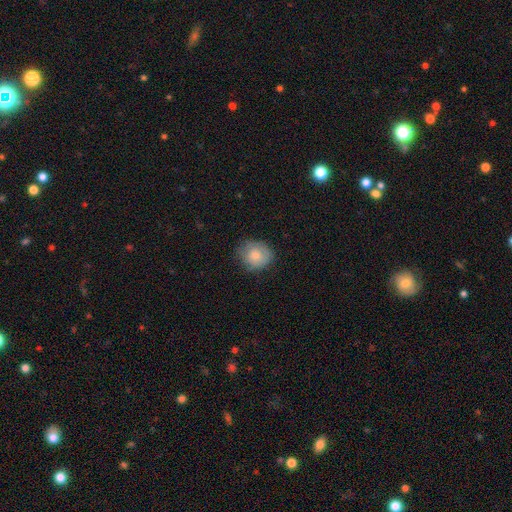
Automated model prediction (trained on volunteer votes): A smooth galaxy with no disk features (76%) that is round (75%).

Vote fractions:
- Smooth or featured? smooth: 76% / featured or disk: 17% / star or artifact: 8%
- How rounded? round: 75% / in between: 24% / cigar-shaped: 1%
- Merging? none: 73% / minor disturbance: 22% / major disturbance: 5% / merger: 1%